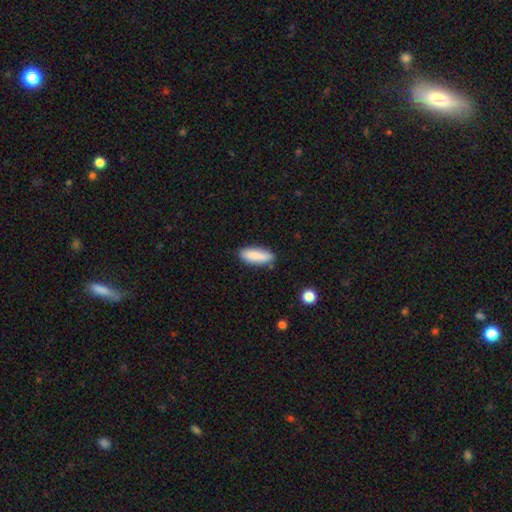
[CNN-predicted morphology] A smooth galaxy with no disk features (85%) that is in between round and cigar-shaped (62%). Merging: none (81%).